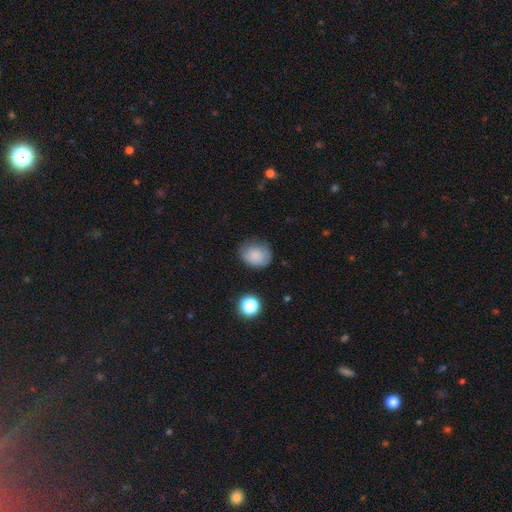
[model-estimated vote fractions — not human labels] smooth-or-featured: smooth: 83% | star or artifact: 10% | featured or disk: 7%
  how-rounded: round: 58% | in between: 41% | cigar-shaped: 1%
  merging: none: 70% | minor disturbance: 22% | major disturbance: 6% | merger: 2%